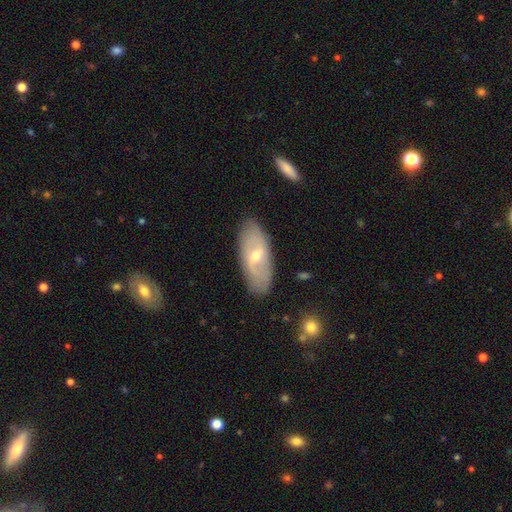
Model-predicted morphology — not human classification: Smooth or featured?
  - featured or disk: 59% *
  - smooth: 35%
  - star or artifact: 6%
Edge-on disk?
  - no: 87% *
  - yes: 13%
Bar?
  - weak: 52% *
  - no: 29%
  - strong: 19%
Spiral arms?
  - yes: 62% *
  - no: 38%
Bulge size?
  - small: 53% *
  - moderate: 44%
  - large: 2%
  - none: 1%
  - dominant: 1%
Merging?
  - none: 84% *
  - minor disturbance: 12%
  - major disturbance: 3%
  - merger: 1%